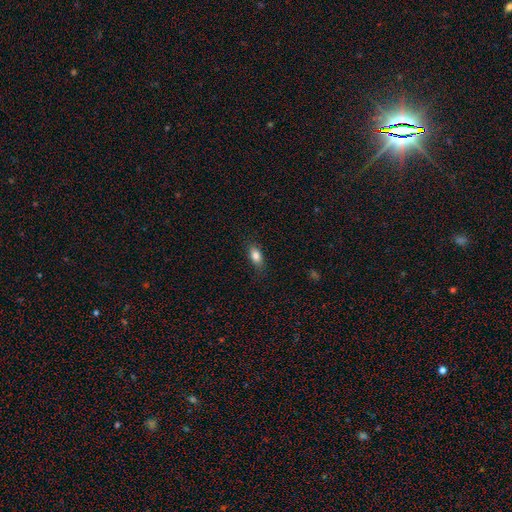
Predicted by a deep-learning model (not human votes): A smooth galaxy with no disk features (83%) that is in between round and cigar-shaped (84%). Merging: none (82%).